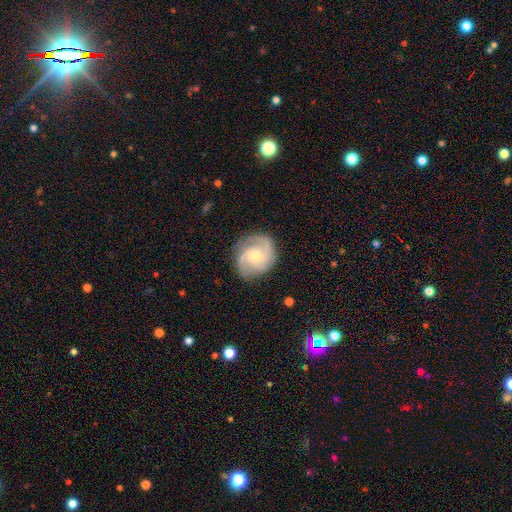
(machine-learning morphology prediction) smooth_or_featured: featured or disk (p=0.81) [alt: smooth p=0.13]
disk_edge_on: no (p=0.98) [alt: yes p=0.02]
bar: no (p=0.58) [alt: weak p=0.36]
has_spiral_arms: yes (p=0.96) [alt: no p=0.04]
spiral_winding: medium (p=0.50) [alt: tight p=0.35]
spiral_arm_count: 2 (p=0.49) [alt: 3 p=0.30]
bulge_size: small (p=0.55) [alt: moderate p=0.41]
merging: none (p=0.81) [alt: minor disturbance p=0.14]